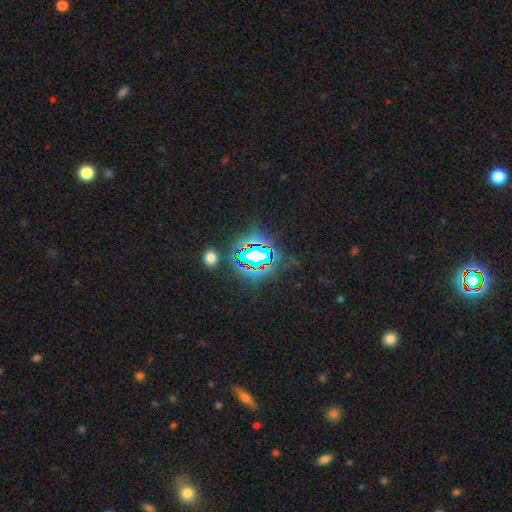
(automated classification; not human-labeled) This appears to be a star or artifact, not a galaxy (73%).